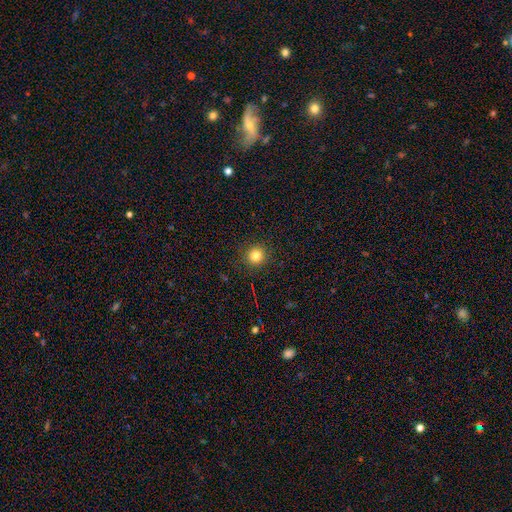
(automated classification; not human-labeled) Q: Smooth or featured?
A: smooth (82%); runner-up: star or artifact (13%)
Q: How rounded?
A: round (94%); runner-up: in between (5%)
Q: Merging?
A: none (91%); runner-up: minor disturbance (6%)